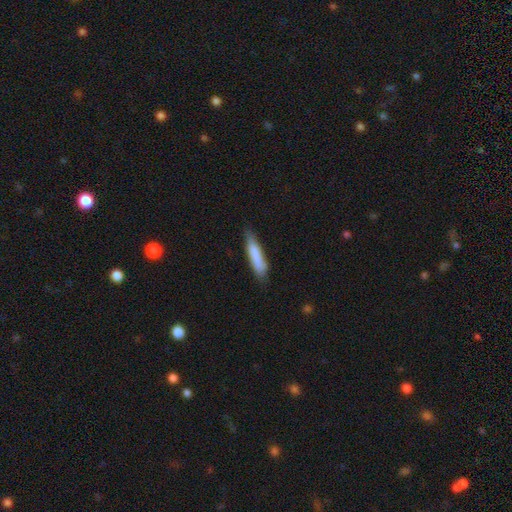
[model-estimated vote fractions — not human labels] Smooth or featured? Predicted: smooth (p=0.79). How rounded? Predicted: cigar-shaped (p=0.83). Merging? Predicted: none (p=0.71).